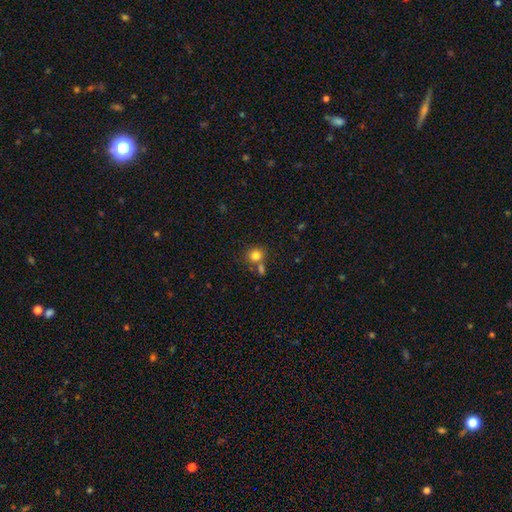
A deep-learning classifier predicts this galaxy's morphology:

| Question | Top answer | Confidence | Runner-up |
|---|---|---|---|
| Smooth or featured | smooth | 81% | star or artifact (11%) |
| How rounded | round | 82% | in between (17%) |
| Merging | none | 61% | merger (23%) |